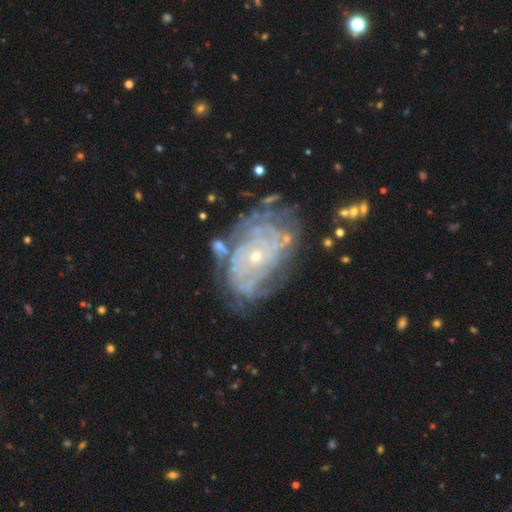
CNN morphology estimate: type=featured or disk (85%); edge-on=no (96%); bar=no (81%); spiral arms=yes (90%); winding=tight (77%); arm count=can't tell (48%); bulge=small (70%); merging=none (62%).